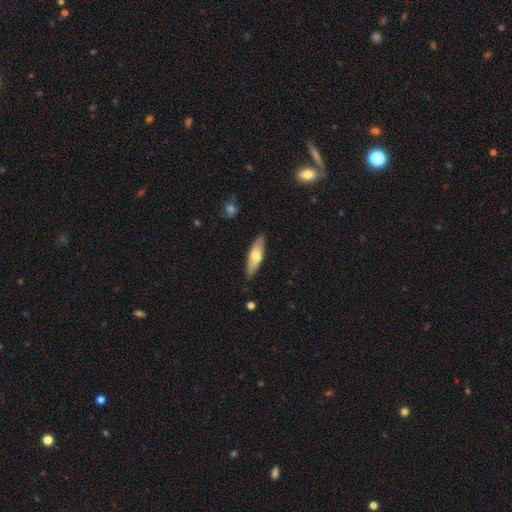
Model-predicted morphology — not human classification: Overall: smooth (56%; featured or disk 38%). How rounded: in between (50%; cigar-shaped 48%). Merging: none (85%).